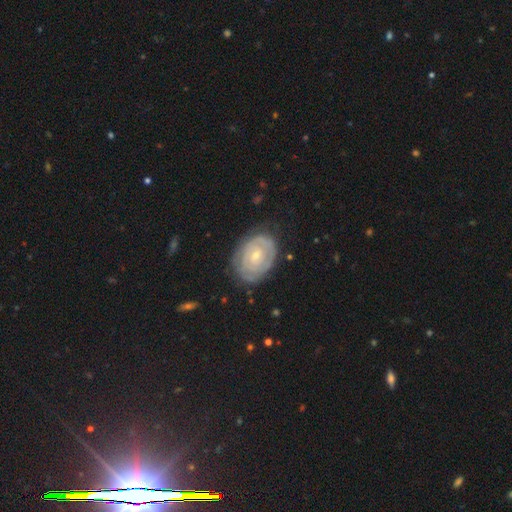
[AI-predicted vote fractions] A featured or disk galaxy (72%) with no bar (72%), tight (79%) spiral arms (75%) and a small central bulge (65%).

Vote fractions:
- Smooth or featured? featured or disk: 72% / smooth: 23% / star or artifact: 6%
- Edge-on disk? no: 96% / yes: 4%
- Bar? no: 72% / weak: 23% / strong: 5%
- Spiral arms? yes: 75% / no: 25%
- Spiral winding? tight: 79% / medium: 16% / loose: 6%
- Spiral arm count? can't tell: 52% / 2: 26% / 3: 8% / 1: 7% / 4: 4% / more than 4: 3%
- Bulge size? small: 65% / moderate: 31% / none: 2% / large: 1% / dominant: 1%
- Merging? none: 75% / minor disturbance: 18% / major disturbance: 6% / merger: 1%